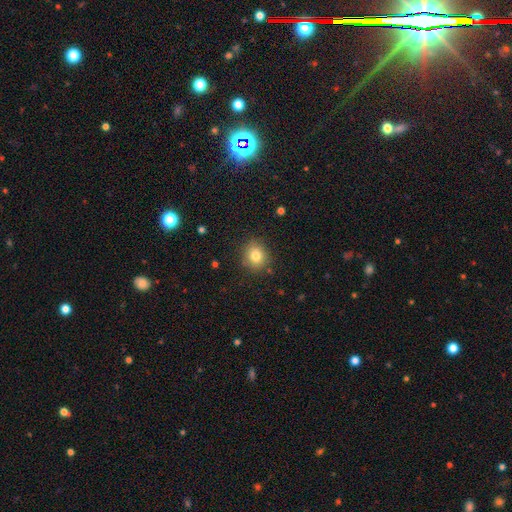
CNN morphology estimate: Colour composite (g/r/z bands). It shows a smooth galaxy with no disk features (80%) that is round (78%). Merging: none (86%).